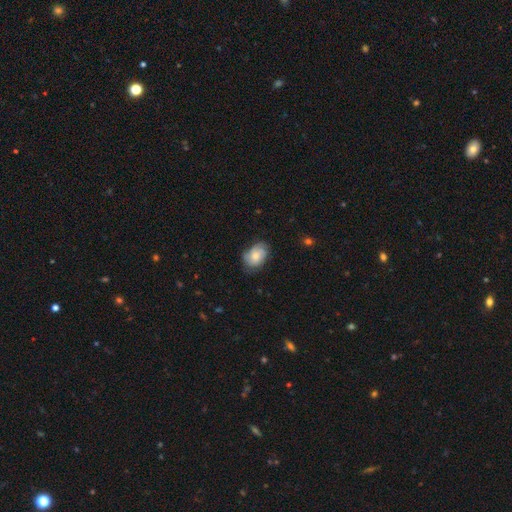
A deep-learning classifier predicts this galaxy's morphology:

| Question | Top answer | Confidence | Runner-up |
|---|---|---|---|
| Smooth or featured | smooth | 62% | featured or disk (31%) |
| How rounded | in between | 78% | round (21%) |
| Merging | none | 64% | minor disturbance (28%) |